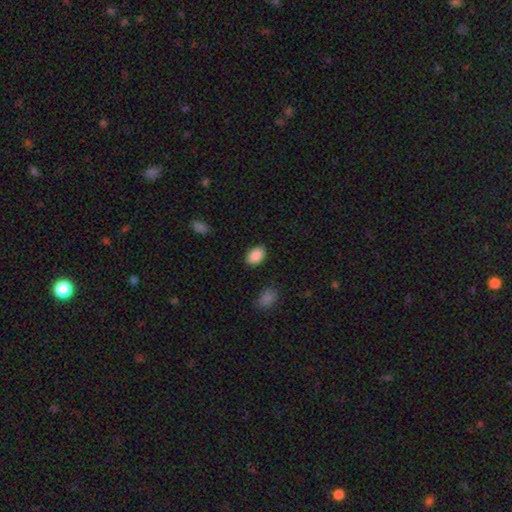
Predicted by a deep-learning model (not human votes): A smooth galaxy with no disk features (90%) that is in between round and cigar-shaped (86%). Merging: none (87%).